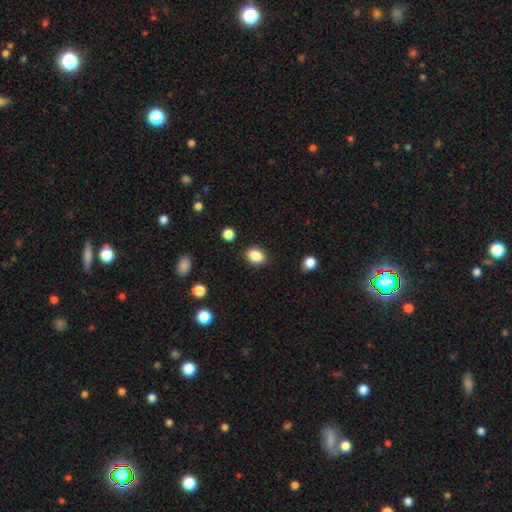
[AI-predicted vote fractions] smooth_or_featured: smooth (p=0.86) [alt: star or artifact p=0.09]
how_rounded: in between (p=0.58) [alt: round p=0.41]
merging: none (p=0.87) [alt: minor disturbance p=0.09]